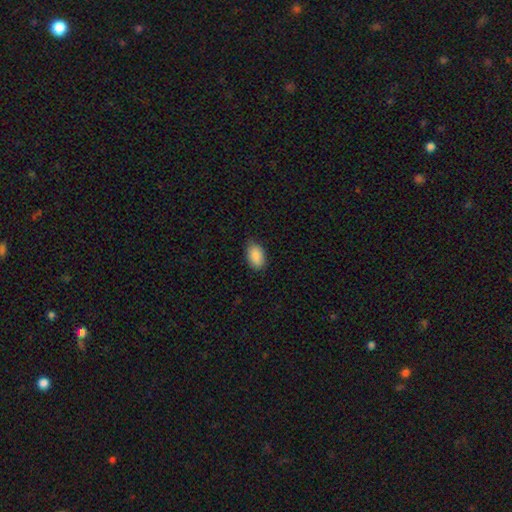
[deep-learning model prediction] A smooth galaxy with no disk features (90%) that is in between round and cigar-shaped (92%).

Vote fractions:
- Smooth or featured? smooth: 90% / star or artifact: 7% / featured or disk: 3%
- How rounded? in between: 92% / round: 6% / cigar-shaped: 1%
- Merging? none: 80% / minor disturbance: 16% / major disturbance: 3% / merger: 1%